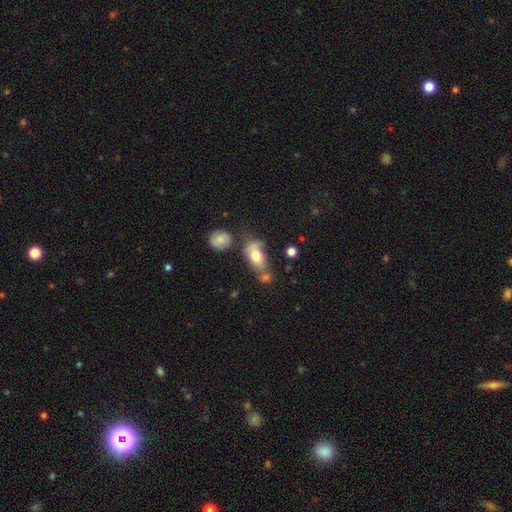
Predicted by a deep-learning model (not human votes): This is likely a smooth galaxy (72%). How rounded: clearly in between (86%). Merging: marginally none (38%).